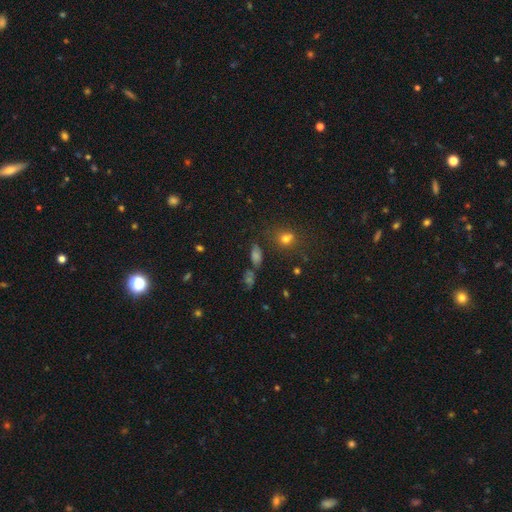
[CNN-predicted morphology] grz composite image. It shows a smooth galaxy with no disk features (55%) that is in between round and cigar-shaped (67%). Merging: none (61%).